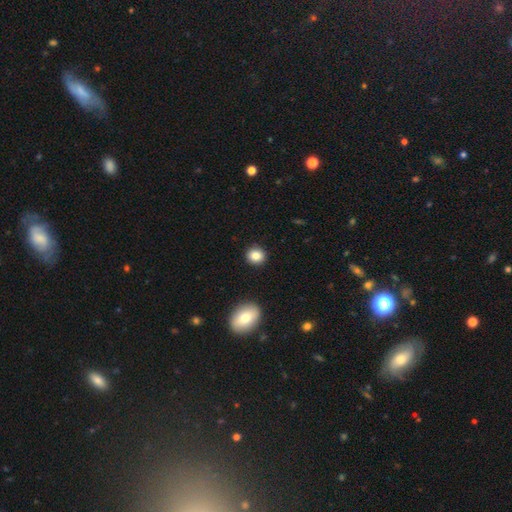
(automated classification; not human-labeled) A smooth galaxy with no disk features (85%) that is round (82%).

Vote fractions:
- Smooth or featured? smooth: 85% / star or artifact: 10% / featured or disk: 5%
- How rounded? round: 82% / in between: 17% / cigar-shaped: 1%
- Merging? none: 90% / minor disturbance: 6% / major disturbance: 2% / merger: 2%